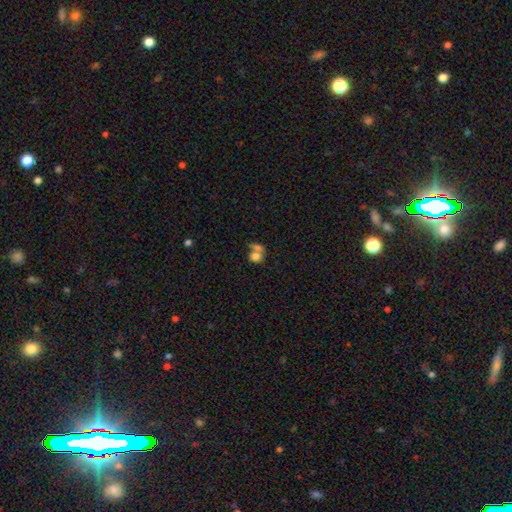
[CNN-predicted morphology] smooth_or_featured: smooth (p=0.76) [alt: featured or disk p=0.14]
how_rounded: round (p=0.57) [alt: in between p=0.41]
merging: merger (p=0.58) [alt: none p=0.26]